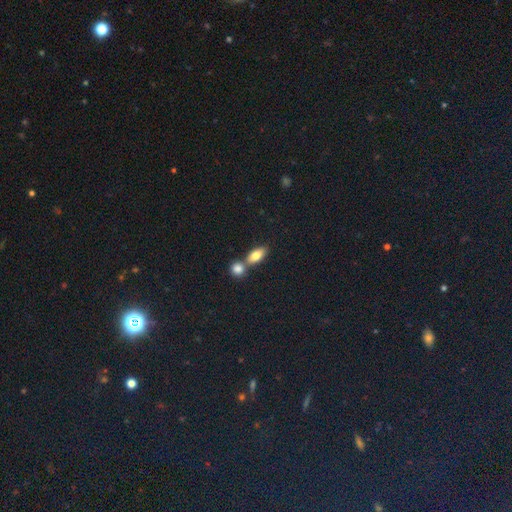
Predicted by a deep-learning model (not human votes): Q: Smooth or featured?
A: smooth (76%); runner-up: featured or disk (15%)
Q: How rounded?
A: in between (77%); runner-up: cigar-shaped (13%)
Q: Merging?
A: none (48%); runner-up: merger (41%)